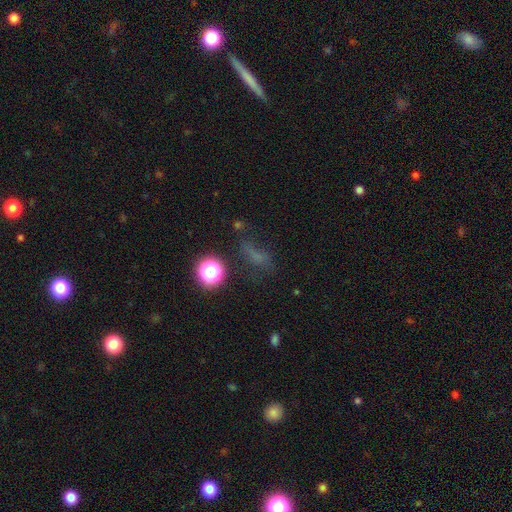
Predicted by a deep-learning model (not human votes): smooth_or_featured: smooth (p=0.46) [alt: star or artifact p=0.37]
merging: none (p=0.53) [alt: minor disturbance p=0.21]